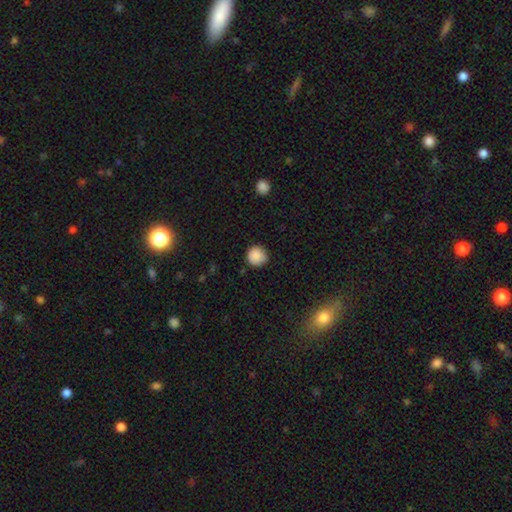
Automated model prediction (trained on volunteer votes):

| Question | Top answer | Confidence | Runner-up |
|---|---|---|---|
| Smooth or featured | smooth | 88% | star or artifact (9%) |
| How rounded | round | 94% | in between (5%) |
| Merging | none | 85% | minor disturbance (11%) |